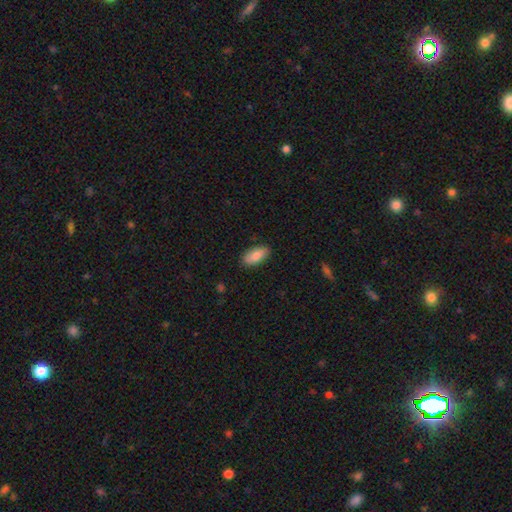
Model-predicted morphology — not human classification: Q: Smooth or featured?
A: smooth (84%); runner-up: featured or disk (9%)
Q: How rounded?
A: in between (88%); runner-up: cigar-shaped (10%)
Q: Merging?
A: none (86%); runner-up: minor disturbance (10%)